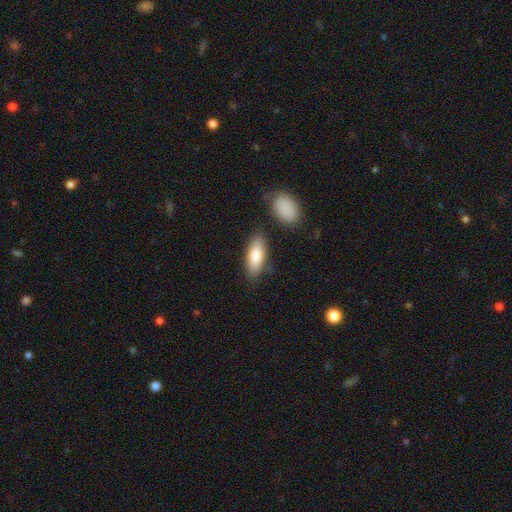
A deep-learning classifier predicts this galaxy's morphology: This is clearly a smooth galaxy (81%). How rounded: likely in between (77%). Merging: likely none (79%).